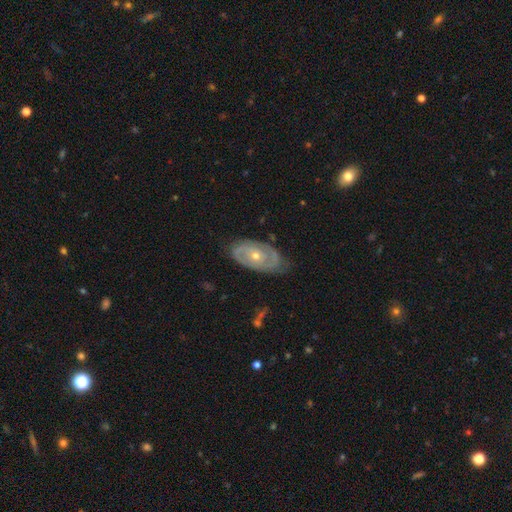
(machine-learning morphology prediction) This appears to be a featured or disk galaxy (81%) with no bar (81%), 2 (58%) tight (68%) spiral arms (83%) and a small central bulge (51%). Merging: none (73%).